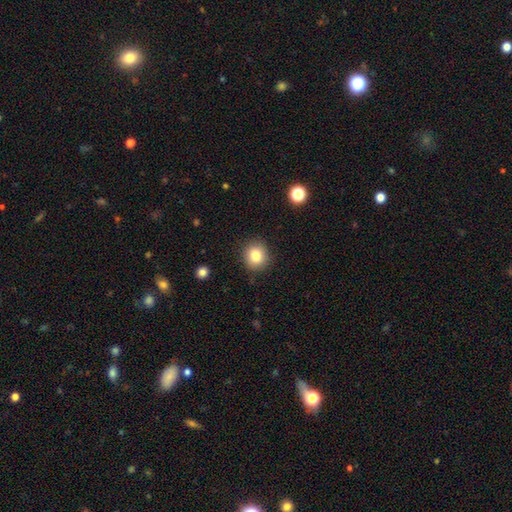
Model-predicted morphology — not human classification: smooth_or_featured: smooth (p=0.82) [alt: star or artifact p=0.10]
how_rounded: round (p=0.86) [alt: in between p=0.13]
merging: none (p=0.89) [alt: minor disturbance p=0.08]